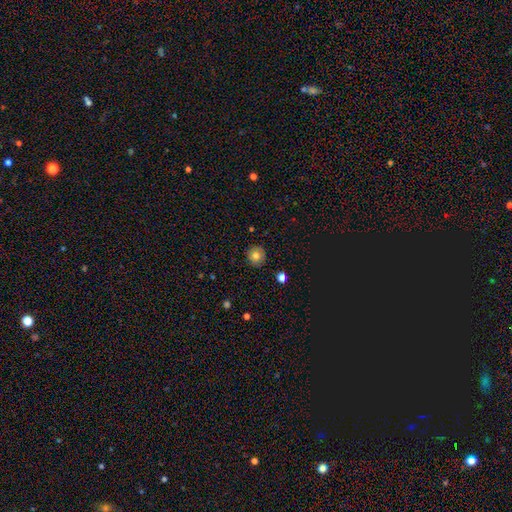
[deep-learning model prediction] smooth_or_featured: smooth (p=0.75) [alt: featured or disk p=0.14]
how_rounded: round (p=0.93) [alt: in between p=0.07]
merging: none (p=0.88) [alt: minor disturbance p=0.09]